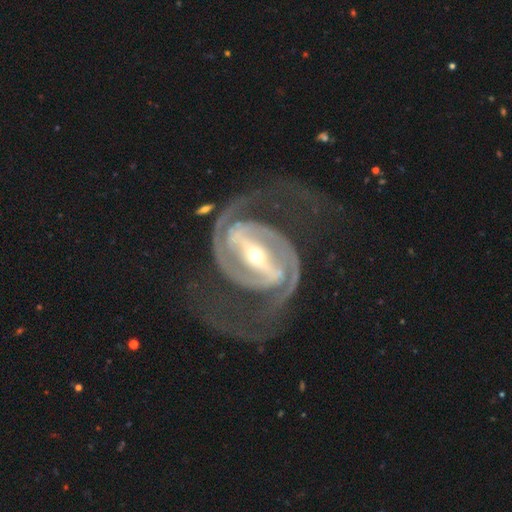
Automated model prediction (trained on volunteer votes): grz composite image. It shows a featured or disk galaxy (94%) with a strong bar (81%), 2 (92%) medium (52%) spiral arms (98%) and a small central bulge (60%). Merging: none (70%).